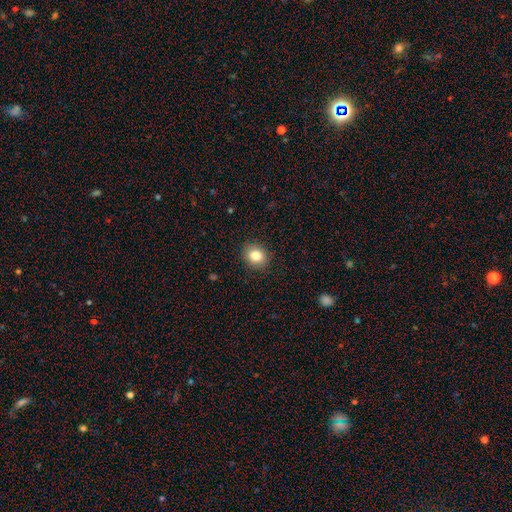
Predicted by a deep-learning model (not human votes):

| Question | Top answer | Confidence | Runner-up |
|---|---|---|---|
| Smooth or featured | smooth | 84% | star or artifact (9%) |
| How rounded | round | 60% | in between (39%) |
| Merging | none | 89% | minor disturbance (8%) |